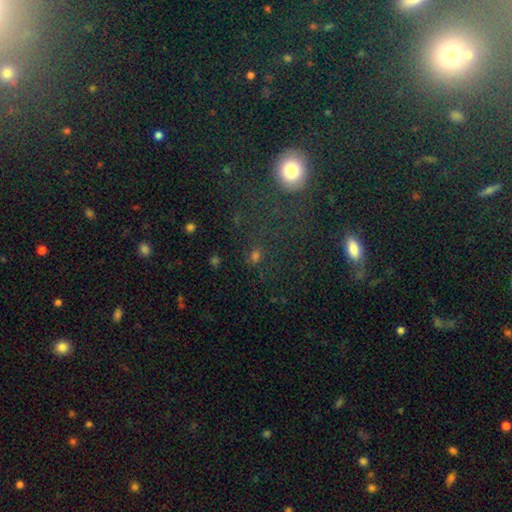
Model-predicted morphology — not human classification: The model was most divided on "smooth or featured": smooth: 58%, star or artifact: 33%, featured or disk: 9%. More confident: merging — none (75%); how rounded — round (69%).